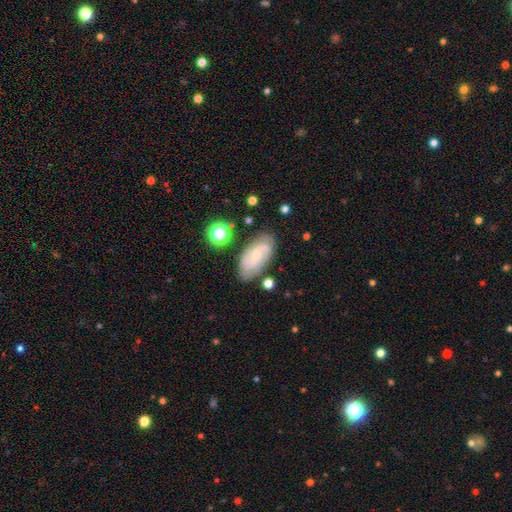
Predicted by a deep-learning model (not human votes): Overall: featured or disk (64%; smooth 28%). Edge-on disk: no (94%). Bar: no (65%; weak 30%). Spiral arms: yes (85%). Spiral arm count: 2 (52%; can't tell 31%). Spiral winding: tight (43%; medium 40%). Bulge size: small (71%). Merging: none (71%).